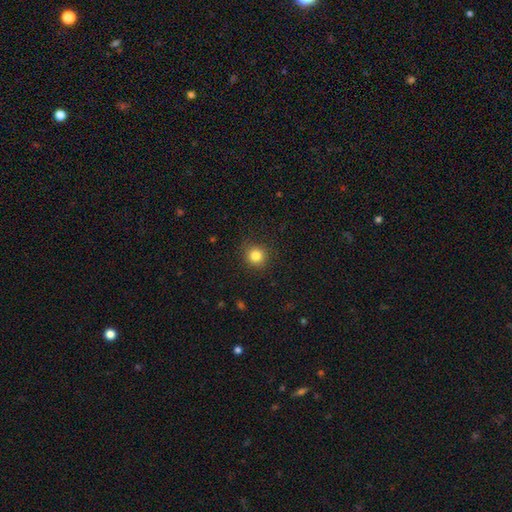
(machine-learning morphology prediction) Overall: smooth (83%). How rounded: round (91%). Merging: none (89%).